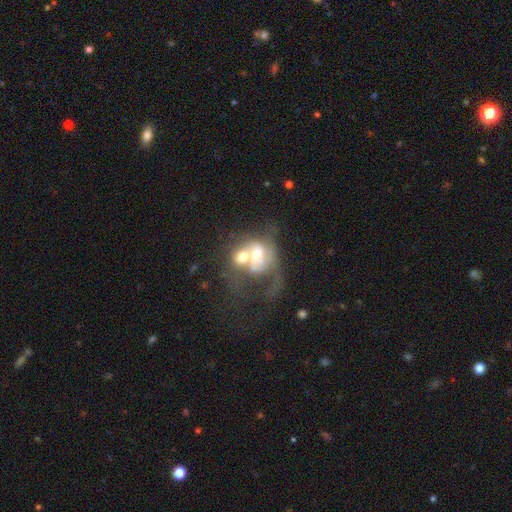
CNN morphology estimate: This is possibly a featured or disk galaxy (55%). It is clearly not viewed edge-on (96%). Bar: likely no (74%). Spiral arm pattern: possibly no (57%). Central bulge: possibly moderate (54%). Merging: likely merger (69%).